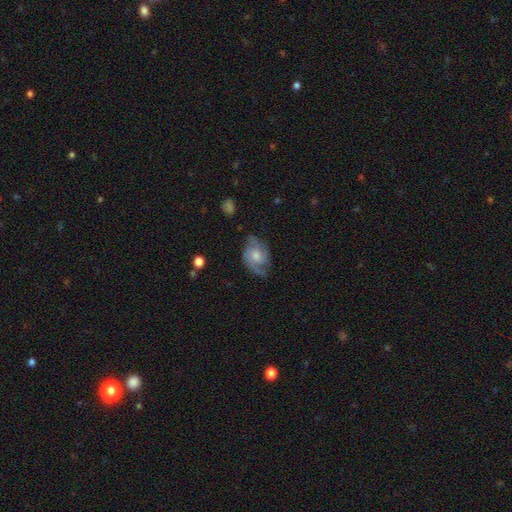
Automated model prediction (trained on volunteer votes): This is likely a featured or disk galaxy (73%). It is clearly not viewed edge-on (97%). Bar: likely no (69%). Spiral arm pattern: clearly yes (92%). Spiral arm count: possibly 2 (51%). Spiral winding: possibly medium (46%). Central bulge: possibly moderate (56%). Merging: likely none (65%).